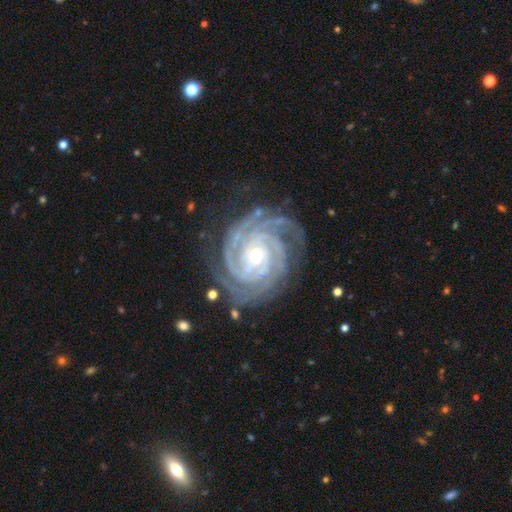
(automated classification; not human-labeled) This is clearly a featured or disk galaxy (93%). It is clearly not viewed edge-on (98%). Bar: possibly no (58%). Spiral arm pattern: clearly yes (99%). Spiral arm count: marginally 4 (31%). Spiral winding: clearly tight (84%). Central bulge: possibly small (55%). Merging: likely none (76%).